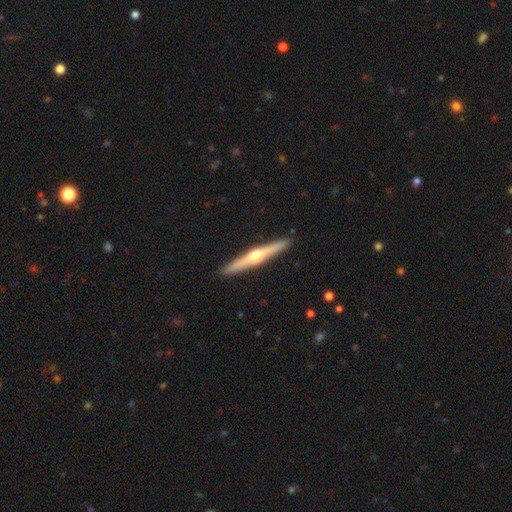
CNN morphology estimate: This appears to be a featured or disk galaxy (72%) viewed edge-on (98%) with a rounded central bulge (90%). Merging: none (92%).